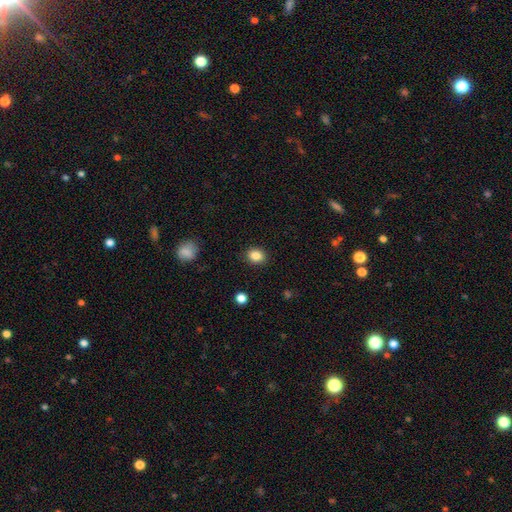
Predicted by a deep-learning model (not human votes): Q: Smooth or featured?
A: smooth (86%); runner-up: star or artifact (10%)
Q: How rounded?
A: round (57%); runner-up: in between (42%)
Q: Merging?
A: none (88%); runner-up: minor disturbance (8%)